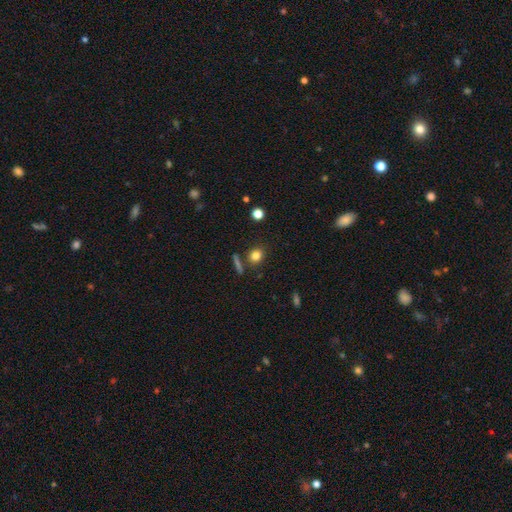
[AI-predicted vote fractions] Smooth or featured?
  - smooth: 81% *
  - star or artifact: 12%
  - featured or disk: 7%
How rounded?
  - round: 72% *
  - in between: 26%
  - cigar-shaped: 2%
Merging?
  - none: 82% *
  - minor disturbance: 9%
  - merger: 7%
  - major disturbance: 3%